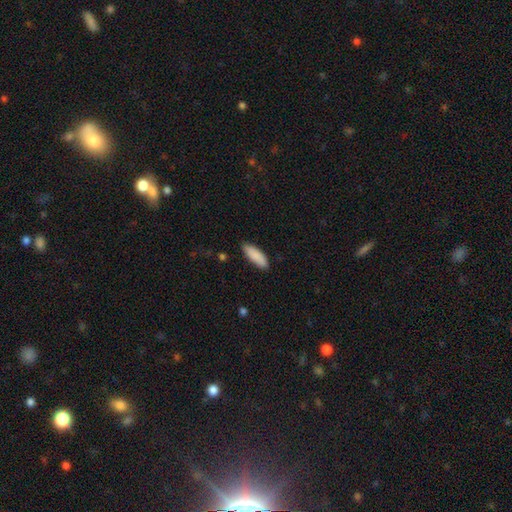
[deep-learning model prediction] Smooth or featured? Predicted: smooth (p=0.89). How rounded? Predicted: in between (p=0.57). Merging? Predicted: none (p=0.83).